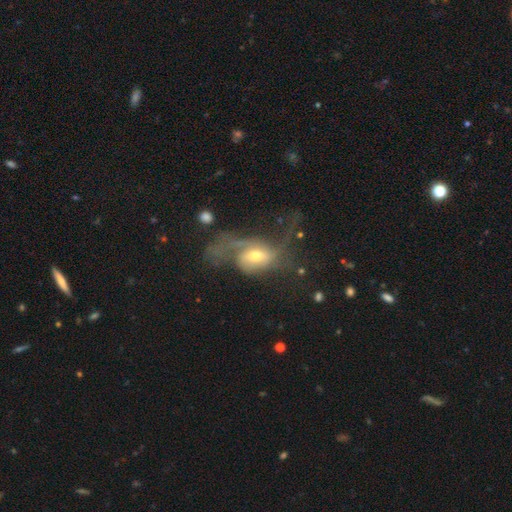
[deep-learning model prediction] This is likely a featured or disk galaxy (60%). It is clearly not viewed edge-on (93%). Bar: possibly no (55%). Spiral arm pattern: likely yes (65%). Central bulge: possibly moderate (58%). Merging: possibly major disturbance (59%).